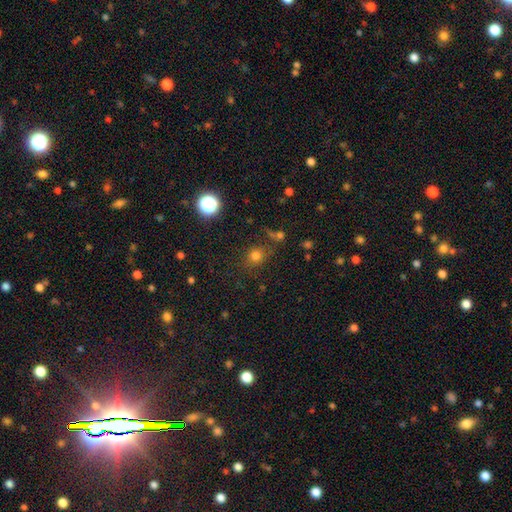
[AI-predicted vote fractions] smooth 69%, star or artifact 23%, featured or disk 7%. Down the decision tree: how rounded — round (83%); merging — none (74%).